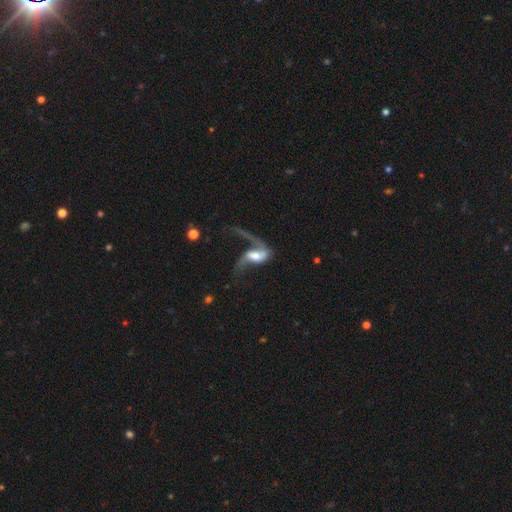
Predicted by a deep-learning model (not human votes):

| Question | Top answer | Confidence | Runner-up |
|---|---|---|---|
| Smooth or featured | featured or disk | 71% | smooth (22%) |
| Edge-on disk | no | 93% | yes (7%) |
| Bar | no | 40% | weak (38%) |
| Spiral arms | yes | 82% | no (18%) |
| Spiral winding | loose | 81% | medium (15%) |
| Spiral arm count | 2 | 46% | 1 (45%) |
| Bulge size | moderate | 50% | large (23%) |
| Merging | major disturbance | 52% | none (24%) |